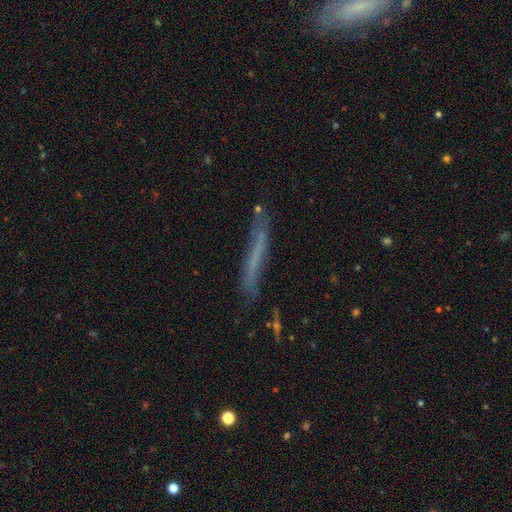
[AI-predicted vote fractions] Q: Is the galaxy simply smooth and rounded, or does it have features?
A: smooth — 47%.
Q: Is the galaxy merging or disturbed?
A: none — 73%.